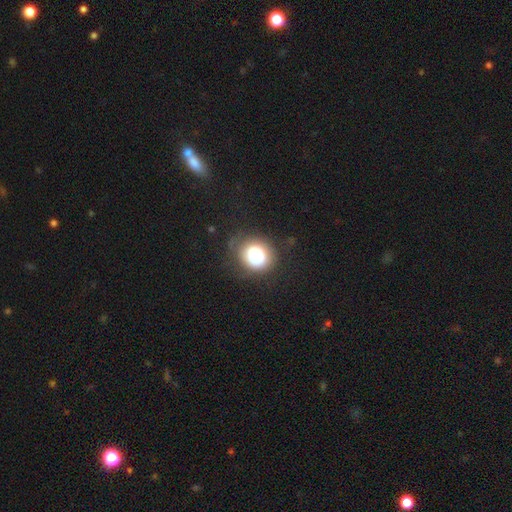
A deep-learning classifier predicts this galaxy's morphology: The model was most divided on "how rounded": round: 74%, in between: 25%, cigar-shaped: 1%. More confident: smooth or featured — smooth (81%); merging — none (69%).